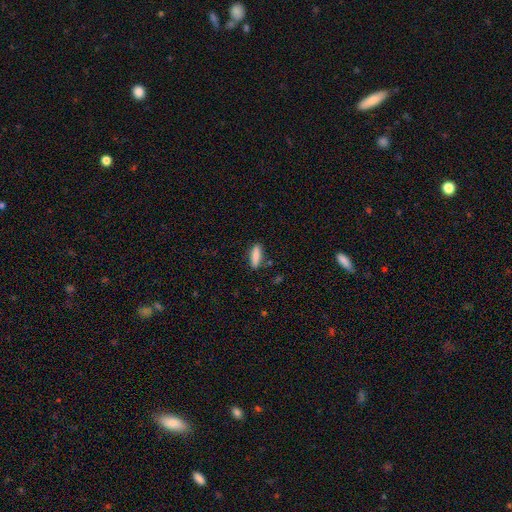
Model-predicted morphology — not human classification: smooth-or-featured: smooth: 86% | featured or disk: 7% | star or artifact: 7%
  how-rounded: cigar-shaped: 52% | in between: 46% | round: 2%
  merging: none: 84% | minor disturbance: 11% | major disturbance: 3% | merger: 2%